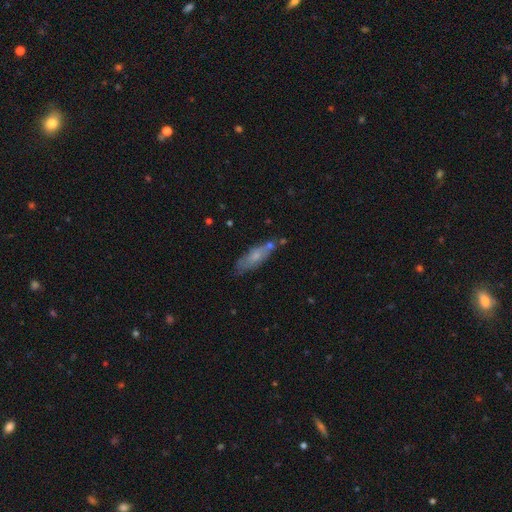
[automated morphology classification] This is likely a smooth galaxy (61%). How rounded: possibly in between (49%, tied with cigar-shaped). Merging: possibly none (58%).